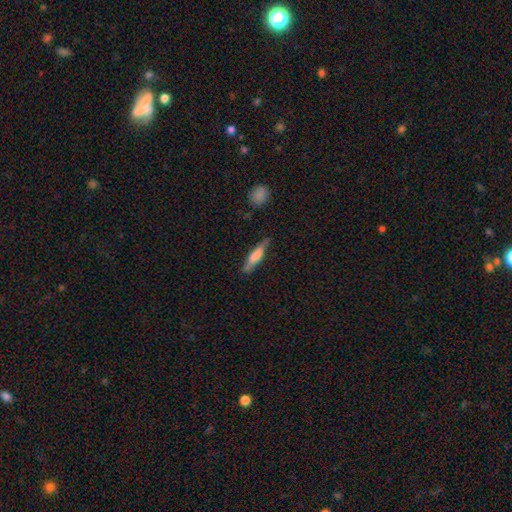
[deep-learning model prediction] The model was most divided on "smooth or featured": smooth: 57%, featured or disk: 36%, star or artifact: 6%. More confident: how rounded — cigar-shaped (80%); merging — none (77%).